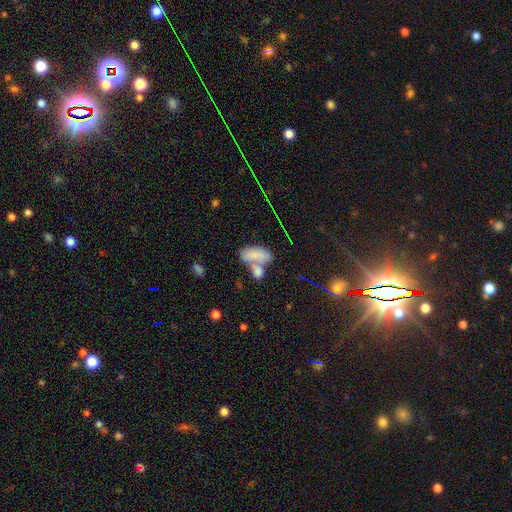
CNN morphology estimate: This appears to be a smooth galaxy with no disk features (75%) that is in between round and cigar-shaped (87%). Merging: merger (51%).